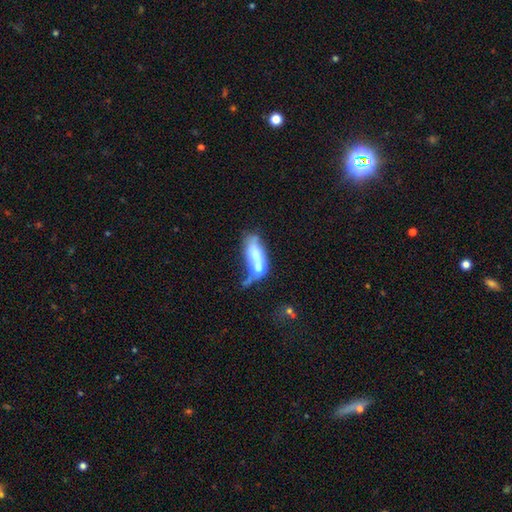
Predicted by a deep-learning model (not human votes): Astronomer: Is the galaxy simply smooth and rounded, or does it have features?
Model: smooth — 54% (runner-up: featured or disk, 37%).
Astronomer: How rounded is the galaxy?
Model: in between — 74%.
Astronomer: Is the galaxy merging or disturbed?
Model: merger — 59%.